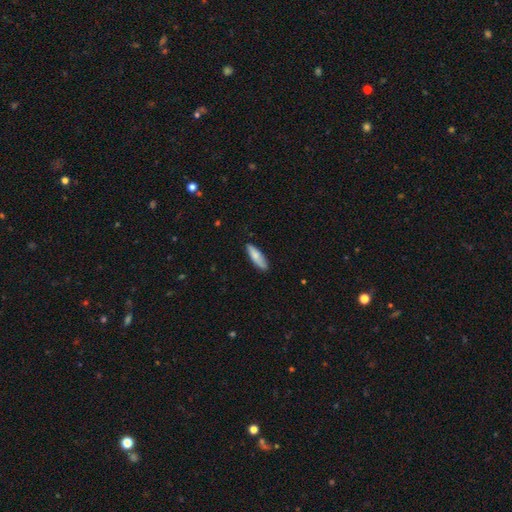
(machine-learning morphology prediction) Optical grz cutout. It shows a smooth galaxy with no disk features (76%) that is cigar-shaped (59%). Merging: none (82%).